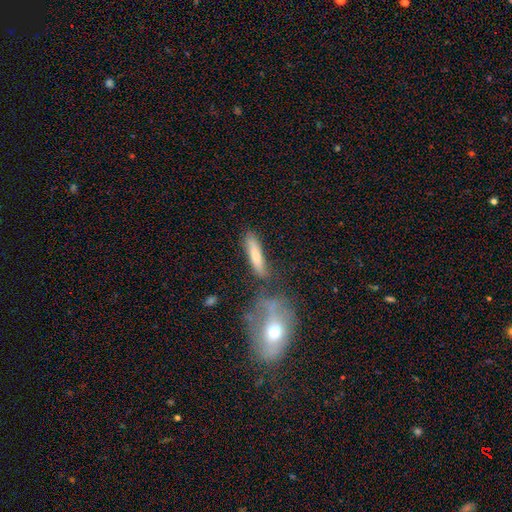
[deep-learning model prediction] Smooth or featured?
  - smooth: 72% *
  - featured or disk: 21%
  - star or artifact: 7%
How rounded?
  - cigar-shaped: 82% *
  - in between: 16%
  - round: 3%
Merging?
  - none: 67% *
  - minor disturbance: 15%
  - merger: 13%
  - major disturbance: 6%